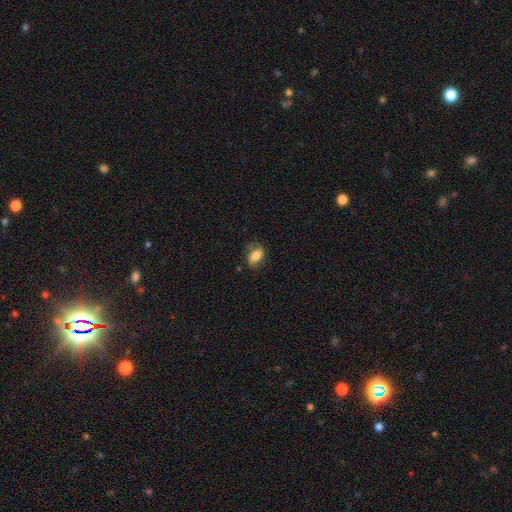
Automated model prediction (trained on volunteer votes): smooth-or-featured: smooth: 75% | featured or disk: 17% | star or artifact: 8%
  how-rounded: in between: 89% | round: 8% | cigar-shaped: 3%
  merging: none: 67% | minor disturbance: 23% | major disturbance: 8% | merger: 2%